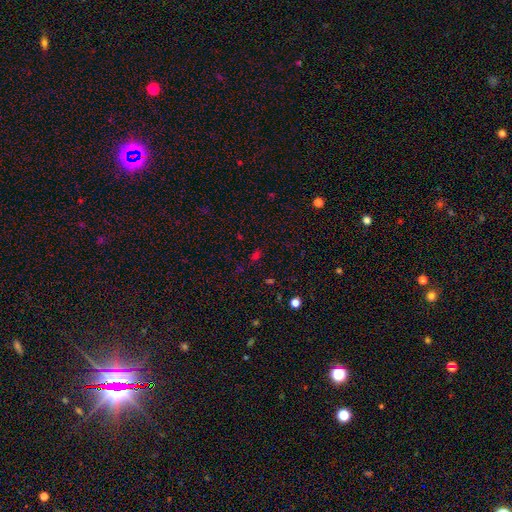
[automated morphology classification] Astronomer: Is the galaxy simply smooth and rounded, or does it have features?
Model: smooth — 56% (runner-up: star or artifact, 38%).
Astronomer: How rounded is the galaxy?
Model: in between — 73%.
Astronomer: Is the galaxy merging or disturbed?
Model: none — 77%.